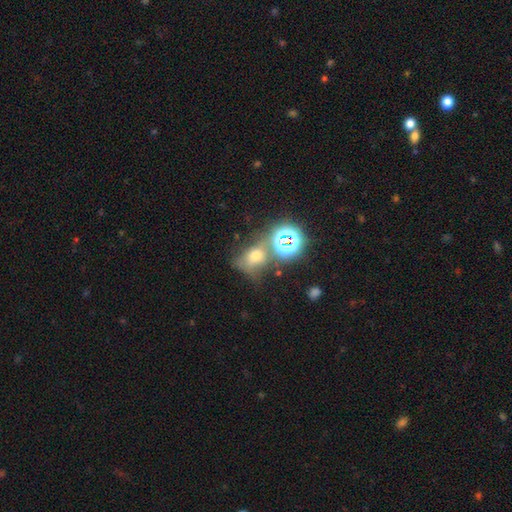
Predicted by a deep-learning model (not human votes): Smooth or featured? smooth (48%)
Merging? none (43%)